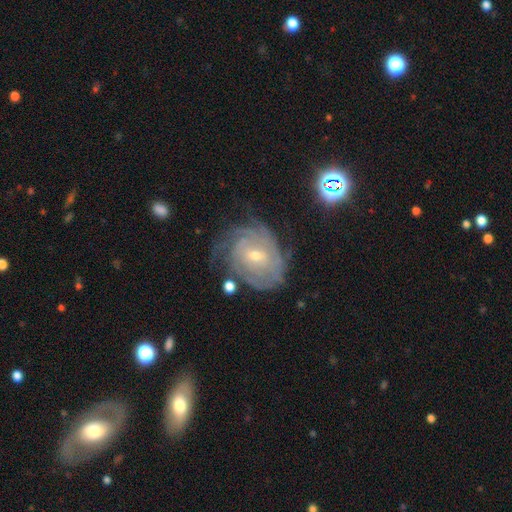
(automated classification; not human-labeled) Smooth or featured? Predicted: featured or disk (p=0.83). Edge-on disk? Predicted: no (p=0.97). Bar? Predicted: no (p=0.53). Spiral arms? Predicted: yes (p=0.93). Spiral winding? Predicted: tight (p=0.72). Spiral arm count? Predicted: can't tell (p=0.45). Bulge size? Predicted: small (p=0.65). Merging? Predicted: none (p=0.60).